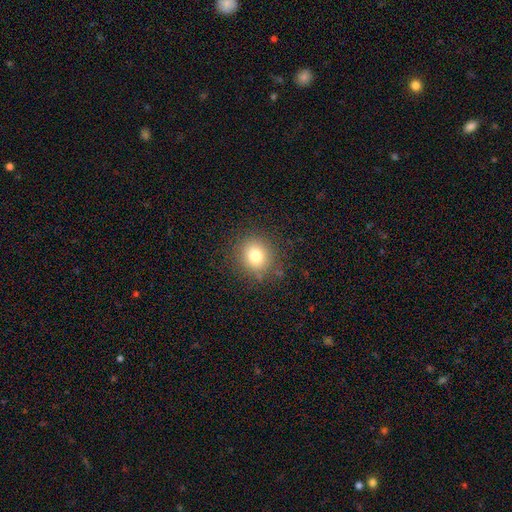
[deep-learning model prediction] This appears to be a smooth galaxy with no disk features (77%) that is round (83%). Merging: none (85%).